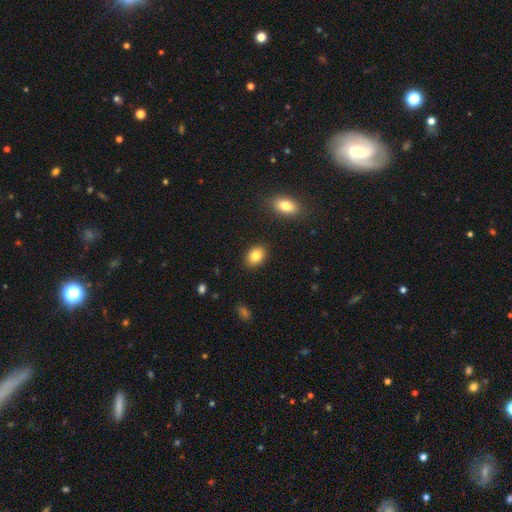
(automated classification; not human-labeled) Overall: smooth (84%). How rounded: in between (71%). Merging: none (88%).